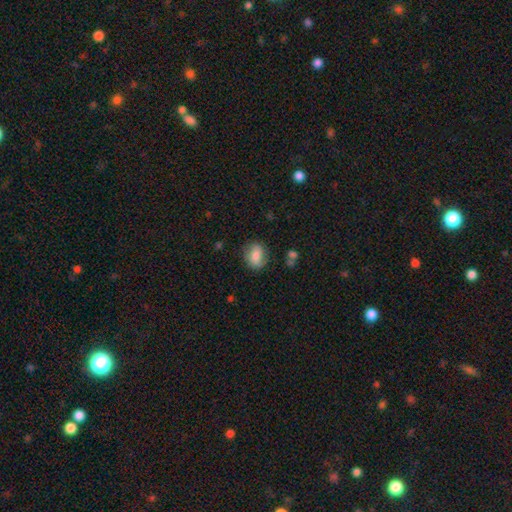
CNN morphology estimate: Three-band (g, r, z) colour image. It shows a smooth galaxy with no disk features (74%) that is in between round and cigar-shaped (59%). Merging: none (75%).